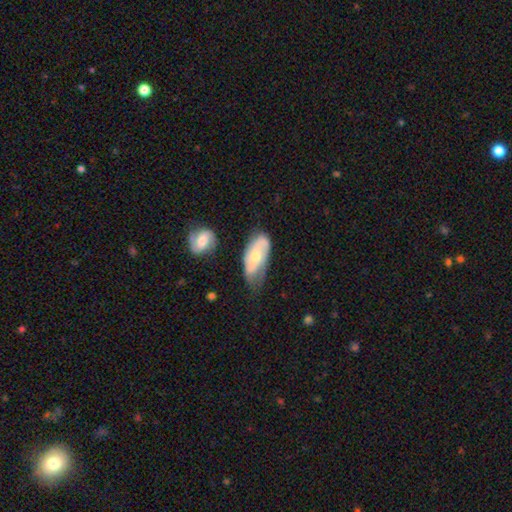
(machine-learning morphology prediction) This appears to be a featured or disk galaxy (53%). Merging: none (43%).